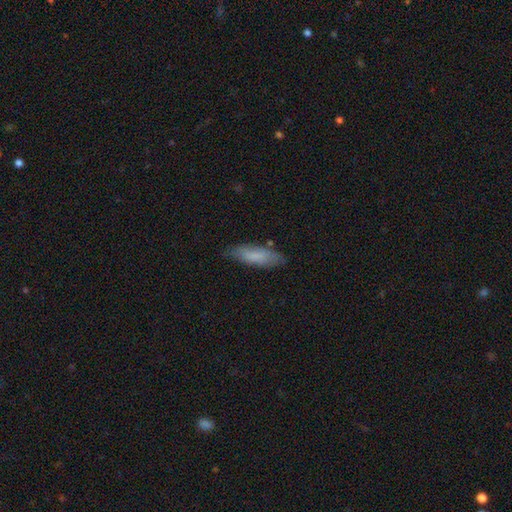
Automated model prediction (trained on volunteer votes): smooth_or_featured: smooth (p=0.77) [alt: featured or disk p=0.17]
how_rounded: cigar-shaped (p=0.52) [alt: in between p=0.47]
merging: none (p=0.75) [alt: minor disturbance p=0.19]